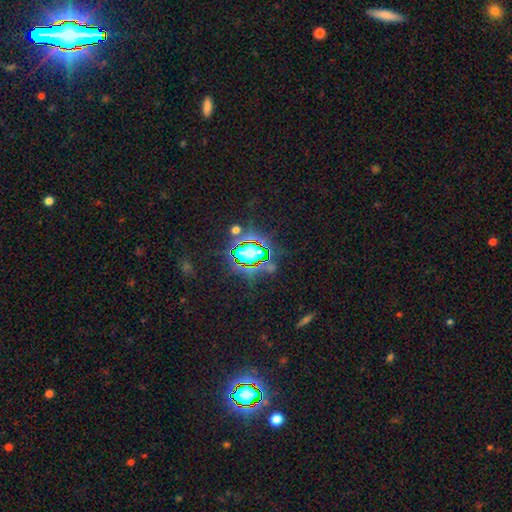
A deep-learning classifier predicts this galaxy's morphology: Overall: star or artifact (79%).